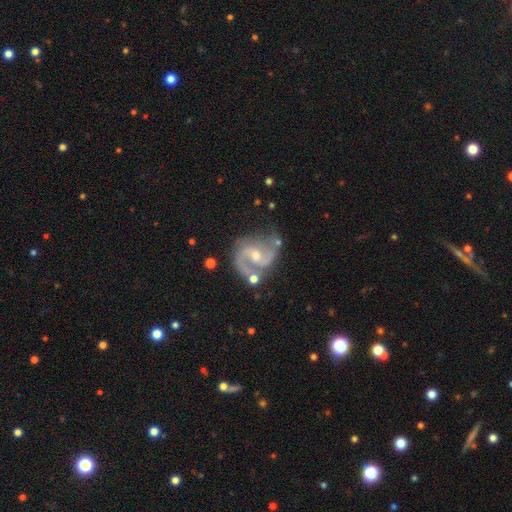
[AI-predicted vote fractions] Smooth or featured?
  - featured or disk: 90% *
  - star or artifact: 5%
  - smooth: 5%
Edge-on disk?
  - no: 98% *
  - yes: 2%
Bar?
  - weak: 48% *
  - no: 37%
  - strong: 14%
Spiral arms?
  - yes: 97% *
  - no: 3%
Spiral winding?
  - medium: 60% *
  - loose: 22%
  - tight: 17%
Spiral arm count?
  - 2: 91% *
  - can't tell: 3%
  - 1: 2%
  - 3: 2%
  - 4: 1%
  - more than 4: 1%
Bulge size?
  - moderate: 51% *
  - small: 43%
  - none: 3%
  - large: 2%
  - dominant: 1%
Merging?
  - none: 65% *
  - minor disturbance: 19%
  - major disturbance: 8%
  - merger: 8%